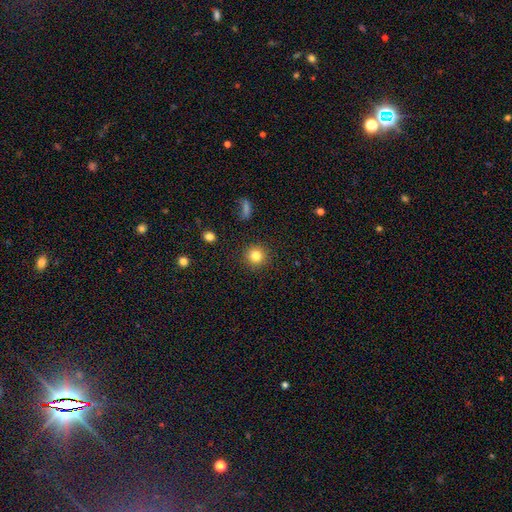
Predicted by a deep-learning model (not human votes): Smooth or featured? Predicted: smooth (p=0.82). How rounded? Predicted: round (p=0.94). Merging? Predicted: none (p=0.90).